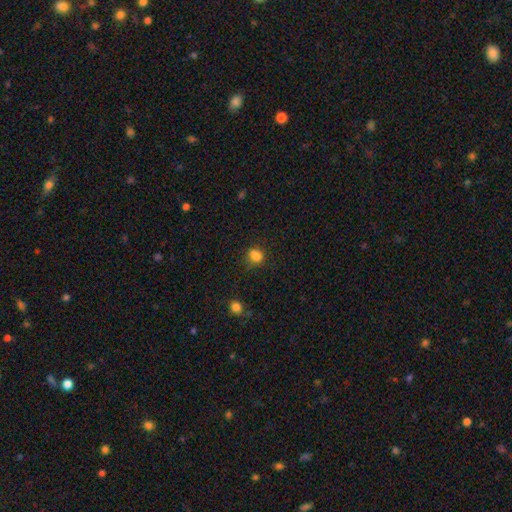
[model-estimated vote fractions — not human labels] Smooth or featured? Predicted: smooth (p=0.77). How rounded? Predicted: round (p=0.61). Merging? Predicted: none (p=0.50).